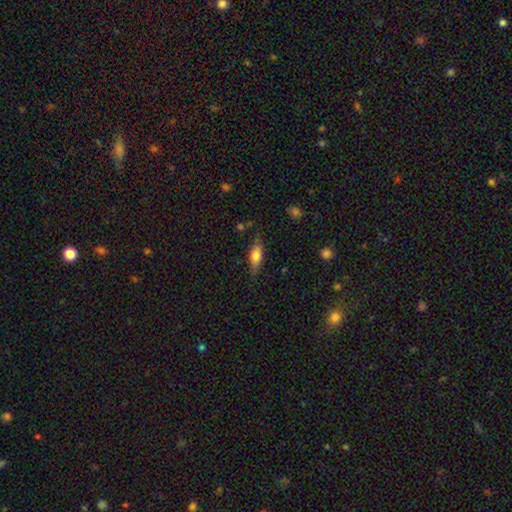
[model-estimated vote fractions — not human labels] smooth 65%, featured or disk 28%, star or artifact 7%. Down the decision tree: how rounded — in between (64%); merging — none (76%).